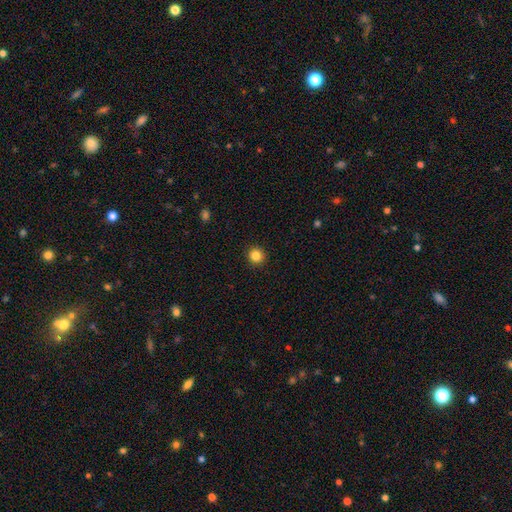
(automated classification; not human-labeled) This is clearly a smooth galaxy (85%). How rounded: clearly round (94%). Merging: clearly none (93%).